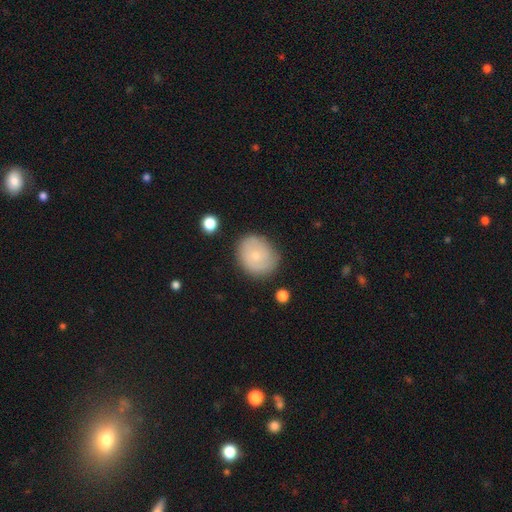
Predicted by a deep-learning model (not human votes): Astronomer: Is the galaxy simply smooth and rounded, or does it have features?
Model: smooth — 59% (runner-up: featured or disk, 34%).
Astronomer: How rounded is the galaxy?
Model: round — 67%.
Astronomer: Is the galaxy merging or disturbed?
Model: none — 77%.